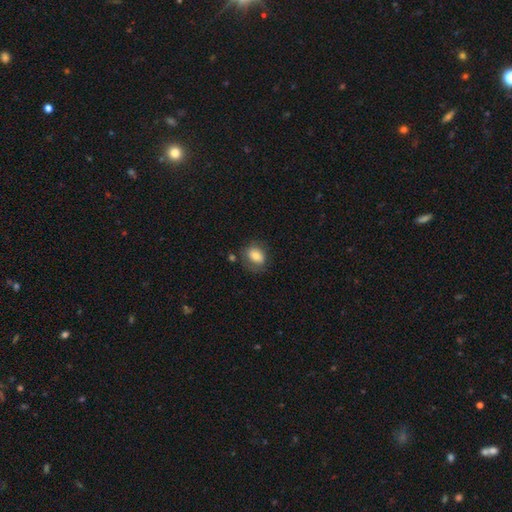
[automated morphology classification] This is likely a smooth galaxy (75%). How rounded: likely in between (66%). Merging: likely none (62%).